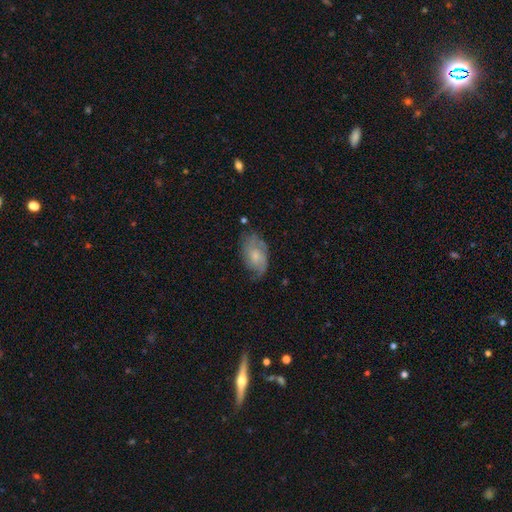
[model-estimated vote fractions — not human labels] Q: Smooth or featured?
A: featured or disk (54%); runner-up: smooth (39%)
Q: Edge-on disk?
A: no (95%); runner-up: yes (5%)
Q: Bar?
A: no (71%); runner-up: weak (26%)
Q: Spiral arms?
A: yes (80%); runner-up: no (20%)
Q: Bulge size?
A: small (50%); runner-up: moderate (35%)
Q: Merging?
A: none (57%); runner-up: minor disturbance (28%)